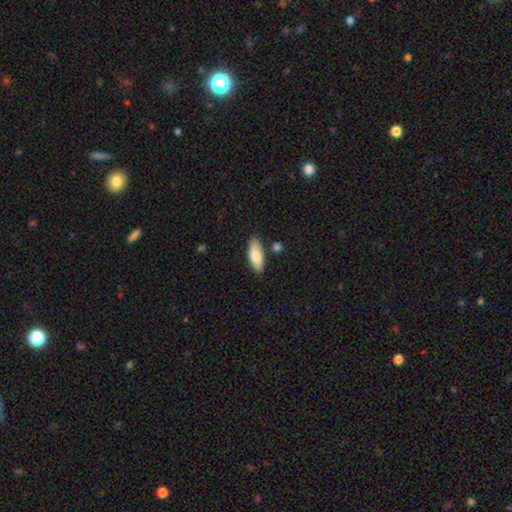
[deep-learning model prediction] The model was most divided on "how rounded": in between: 77%, cigar-shaped: 21%, round: 2%. More confident: merging — none (81%); smooth or featured — smooth (81%).